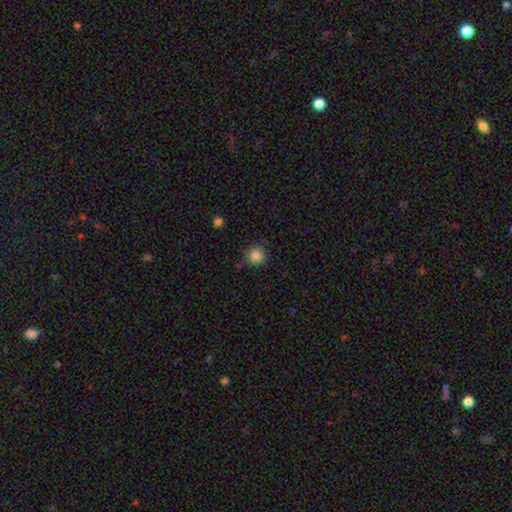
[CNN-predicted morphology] Q: Smooth or featured?
A: smooth (85%); runner-up: star or artifact (10%)
Q: How rounded?
A: round (93%); runner-up: in between (6%)
Q: Merging?
A: none (84%); runner-up: minor disturbance (11%)